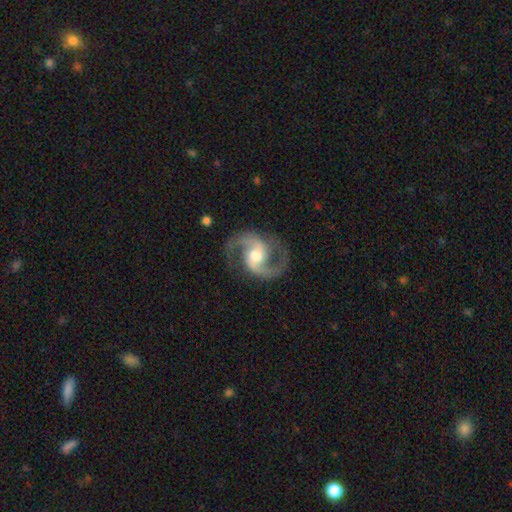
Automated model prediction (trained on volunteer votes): Smooth or featured? Predicted: featured or disk (p=0.93). Edge-on disk? Predicted: no (p=0.98). Bar? Predicted: weak (p=0.46). Spiral arms? Predicted: yes (p=0.98). Spiral winding? Predicted: medium (p=0.64). Spiral arm count? Predicted: 2 (p=0.95). Bulge size? Predicted: moderate (p=0.68). Merging? Predicted: none (p=0.83).